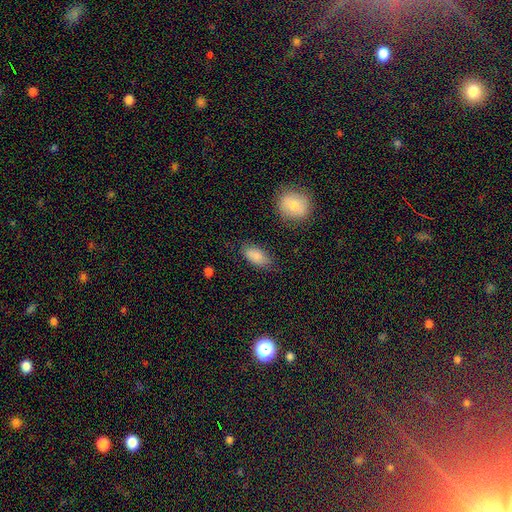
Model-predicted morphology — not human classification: smooth_or_featured: smooth (p=0.85) [alt: star or artifact p=0.08]
how_rounded: in between (p=0.90) [alt: cigar-shaped p=0.06]
merging: none (p=0.74) [alt: minor disturbance p=0.18]